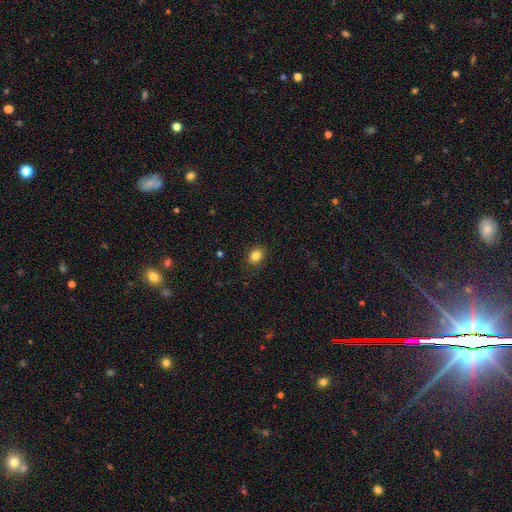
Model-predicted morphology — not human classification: smooth 84%, star or artifact 11%, featured or disk 6%. Down the decision tree: how rounded — round (53%); merging — none (87%).